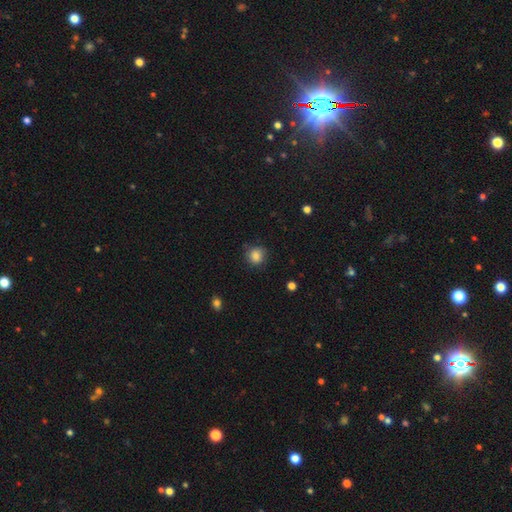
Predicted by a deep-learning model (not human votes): Smooth or featured? smooth (83%)
How rounded? round (86%)
Merging? none (81%)